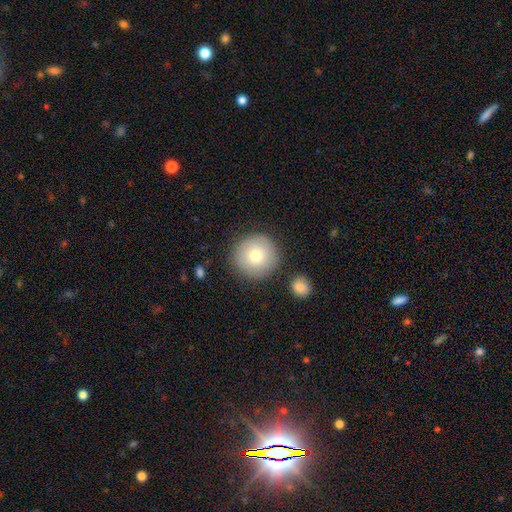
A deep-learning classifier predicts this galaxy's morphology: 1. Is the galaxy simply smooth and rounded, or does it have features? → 76% smooth, 15% featured or disk, 9% star or artifact.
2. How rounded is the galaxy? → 96% round, 3% in between, 1% cigar-shaped.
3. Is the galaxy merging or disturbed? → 85% none, 8% minor disturbance, 4% merger, 3% major disturbance.